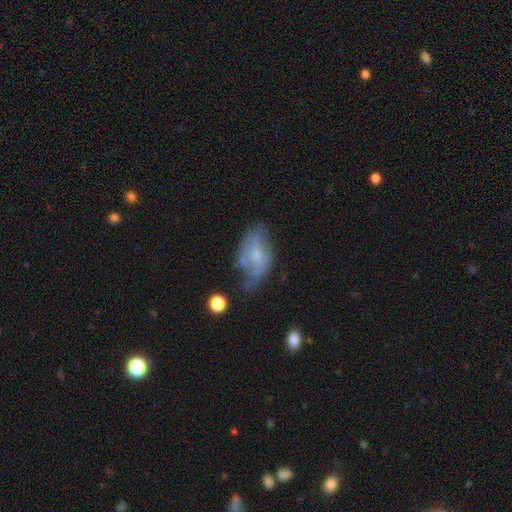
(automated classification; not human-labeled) featured or disk 52%, smooth 40%, star or artifact 8%. Down the decision tree: edge-on disk — no (94%); merging — none (38%).